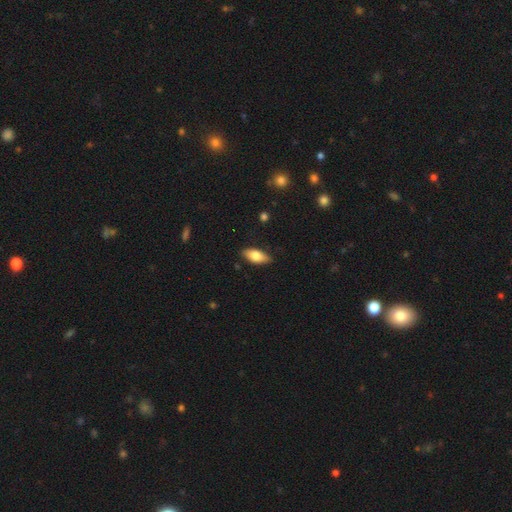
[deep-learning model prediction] A smooth galaxy with no disk features (75%) that is in between round and cigar-shaped (85%). Merging: none (85%).